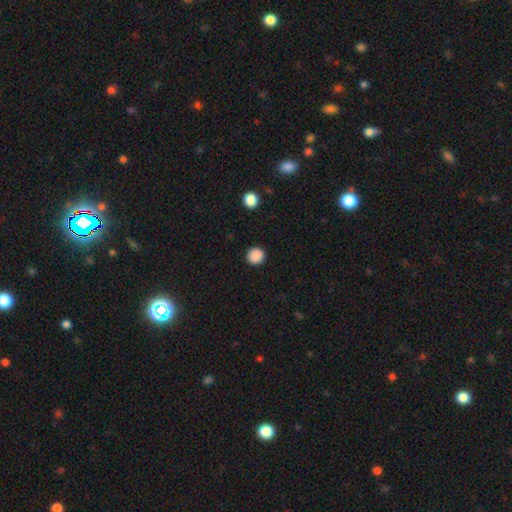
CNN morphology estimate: Smooth or featured?
  - smooth: 88% *
  - star or artifact: 10%
  - featured or disk: 2%
How rounded?
  - round: 94% *
  - in between: 5%
  - cigar-shaped: 1%
Merging?
  - none: 92% *
  - minor disturbance: 5%
  - major disturbance: 2%
  - merger: 1%